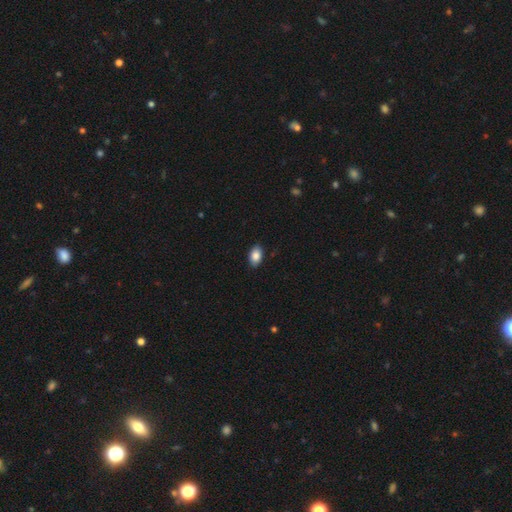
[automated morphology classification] Smooth or featured?
  - smooth: 87% *
  - star or artifact: 7%
  - featured or disk: 6%
How rounded?
  - in between: 90% *
  - round: 8%
  - cigar-shaped: 1%
Merging?
  - none: 88% *
  - minor disturbance: 9%
  - major disturbance: 2%
  - merger: 1%